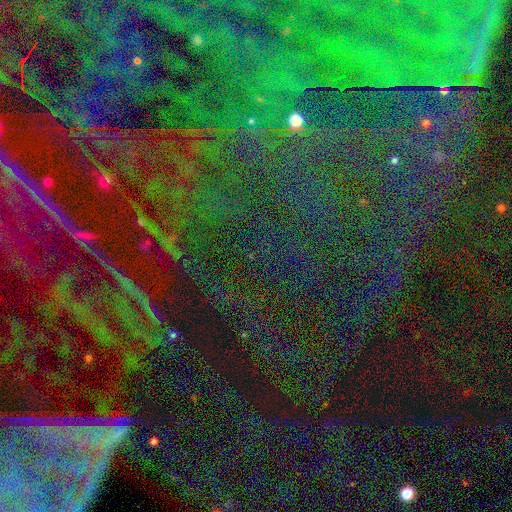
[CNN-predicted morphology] Smooth or featured? star or artifact (86%)